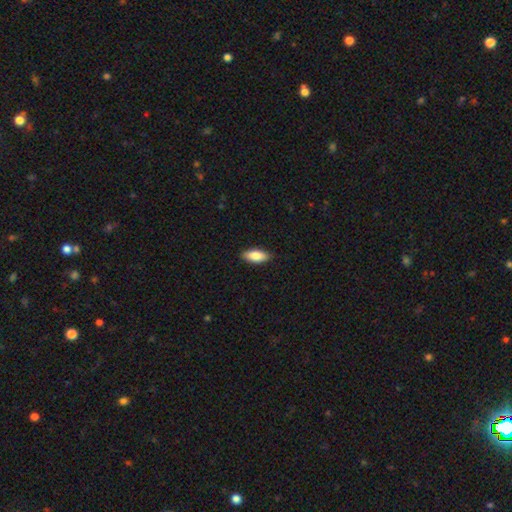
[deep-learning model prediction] Overall: smooth (83%). How rounded: in between (82%). Merging: none (89%).